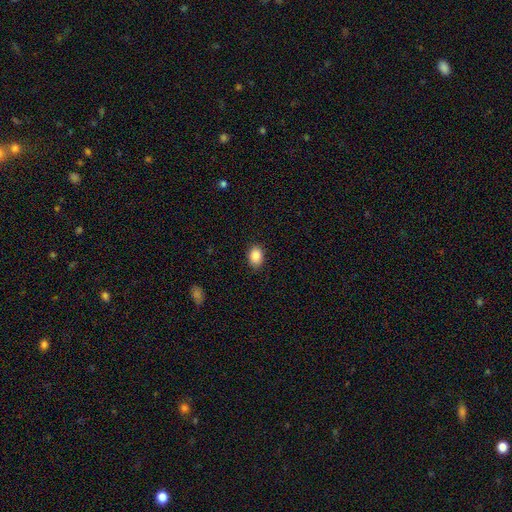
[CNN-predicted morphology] Smooth or featured?
  - smooth: 88% *
  - star or artifact: 8%
  - featured or disk: 4%
How rounded?
  - in between: 74% *
  - round: 25%
  - cigar-shaped: 1%
Merging?
  - none: 86% *
  - minor disturbance: 11%
  - major disturbance: 2%
  - merger: 1%